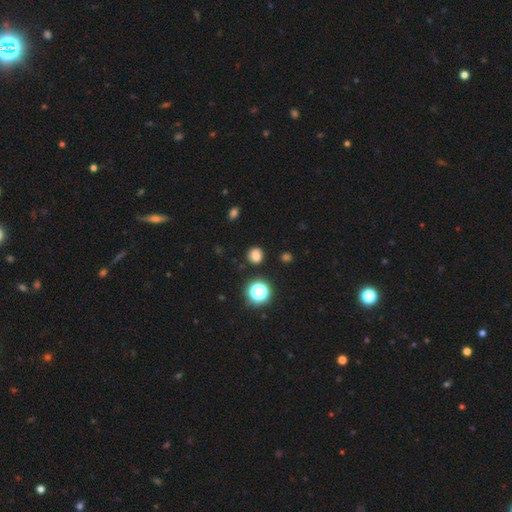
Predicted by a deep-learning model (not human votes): Morphology: type=smooth (75%); roundness=round (82%); merging=none (85%).